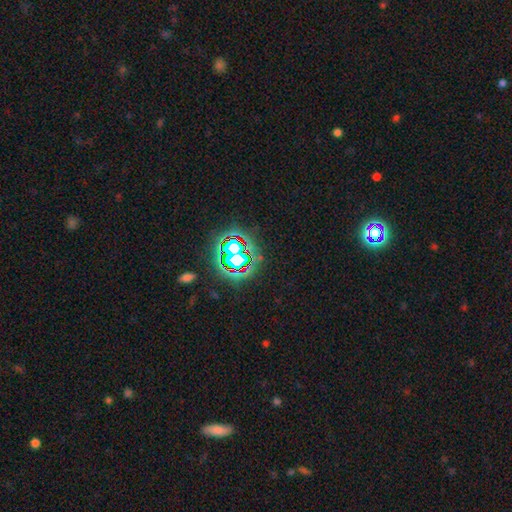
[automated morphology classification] Smooth or featured? Predicted: star or artifact (p=0.79).